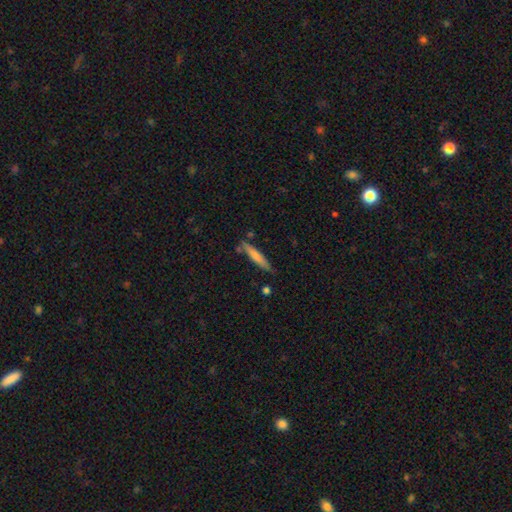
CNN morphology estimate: smooth-or-featured: smooth: 66% | featured or disk: 29% | star or artifact: 6%
  how-rounded: cigar-shaped: 92% | in between: 6% | round: 1%
  merging: none: 78% | minor disturbance: 14% | merger: 5% | major disturbance: 3%